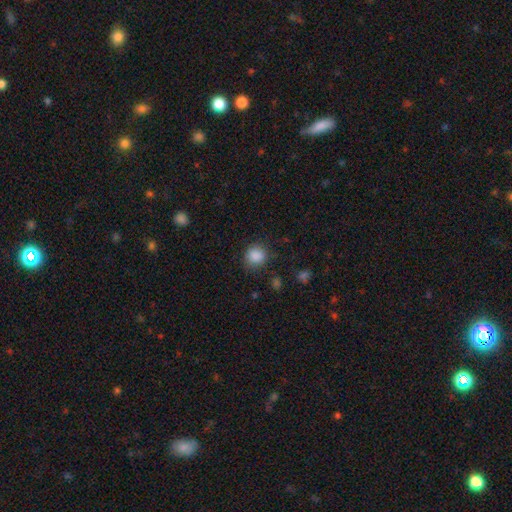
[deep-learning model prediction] smooth 87%, star or artifact 10%, featured or disk 4%. Down the decision tree: how rounded — round (84%); merging — none (79%).